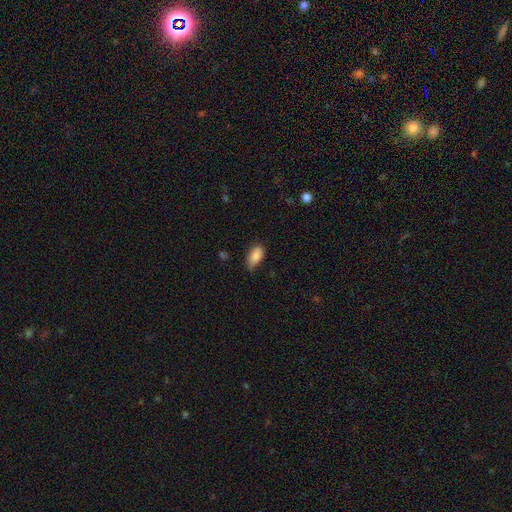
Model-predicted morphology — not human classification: Q: Smooth or featured?
A: smooth (87%); runner-up: star or artifact (7%)
Q: How rounded?
A: in between (93%); runner-up: round (4%)
Q: Merging?
A: none (61%); runner-up: minor disturbance (32%)